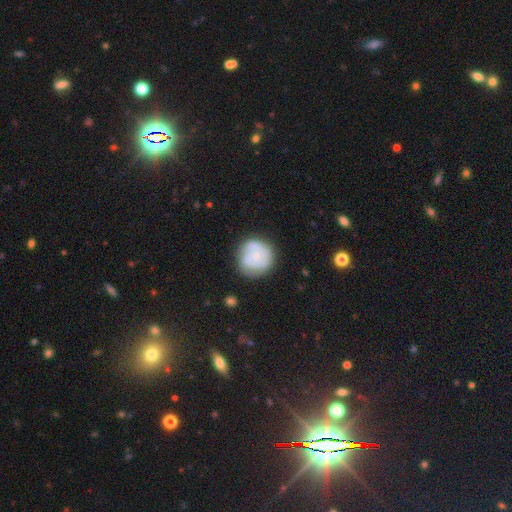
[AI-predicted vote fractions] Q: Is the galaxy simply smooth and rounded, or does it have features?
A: featured or disk — 51%.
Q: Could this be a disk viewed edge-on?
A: no — 98%.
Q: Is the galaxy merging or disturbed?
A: none — 68%.